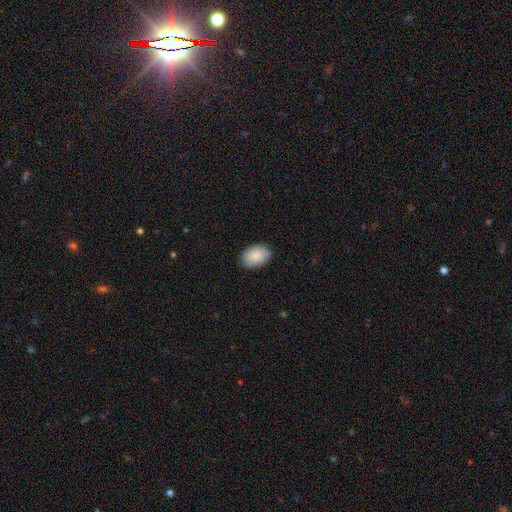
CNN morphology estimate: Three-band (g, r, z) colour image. It shows a smooth galaxy with no disk features (85%) that is in between round and cigar-shaped (82%). Merging: none (85%).